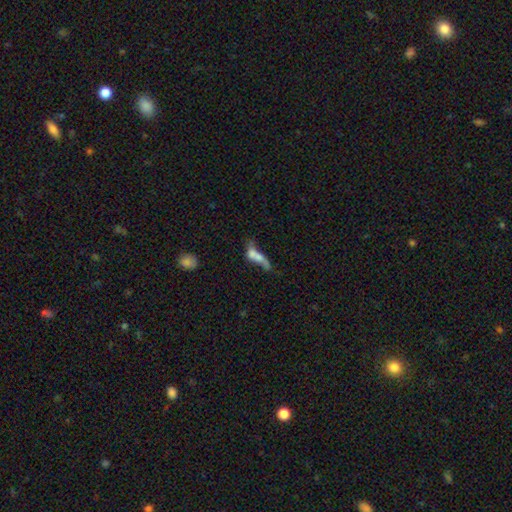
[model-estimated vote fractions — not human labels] Smooth or featured? Predicted: smooth (p=0.51). How rounded? Predicted: cigar-shaped (p=0.46). Merging? Predicted: merger (p=0.52).